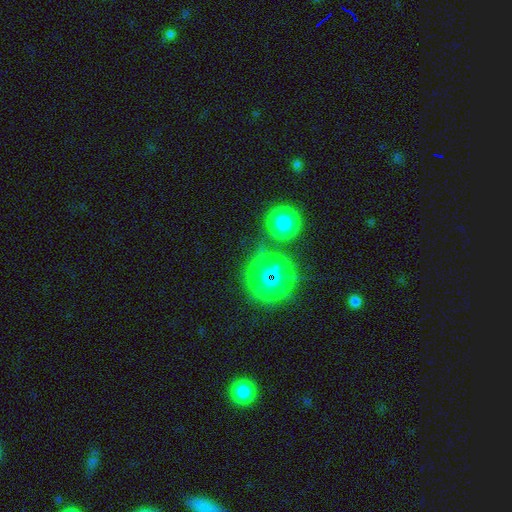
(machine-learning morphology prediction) smooth-or-featured: star or artifact: 59% | smooth: 33% | featured or disk: 8%